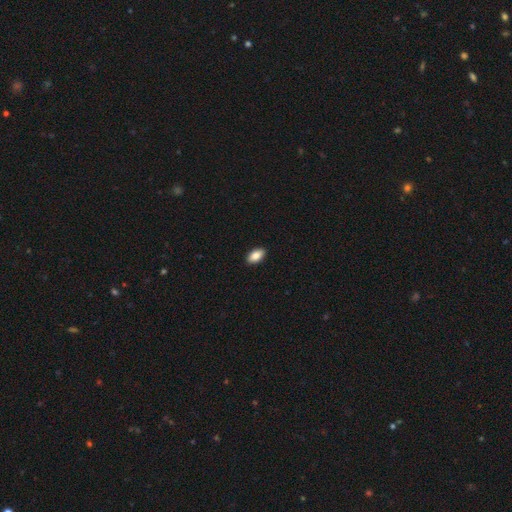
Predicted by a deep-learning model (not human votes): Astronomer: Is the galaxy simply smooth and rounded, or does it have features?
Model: smooth — 86%.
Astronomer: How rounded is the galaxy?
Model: in between — 93%.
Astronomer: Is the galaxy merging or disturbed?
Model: none — 91%.